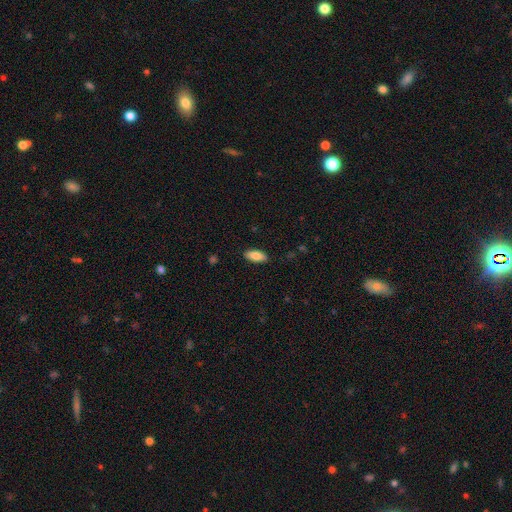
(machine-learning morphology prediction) The model was most divided on "how rounded": in between: 84%, cigar-shaped: 14%, round: 2%. More confident: merging — none (89%); smooth or featured — smooth (86%).